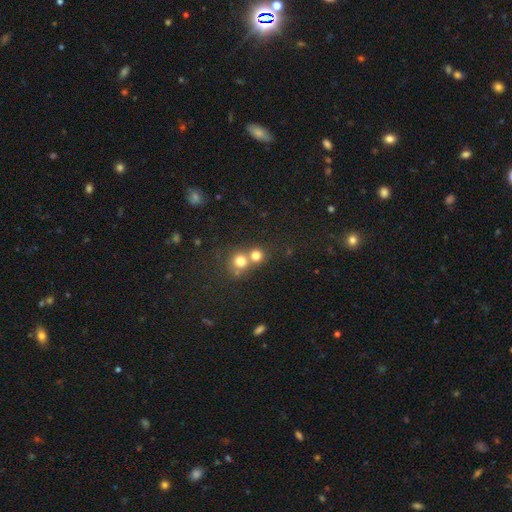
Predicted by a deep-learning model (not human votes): The model was most divided on "merging": merger: 50%, none: 41%, minor disturbance: 5%, major disturbance: 3%. More confident: how rounded — round (86%); smooth or featured — smooth (75%).